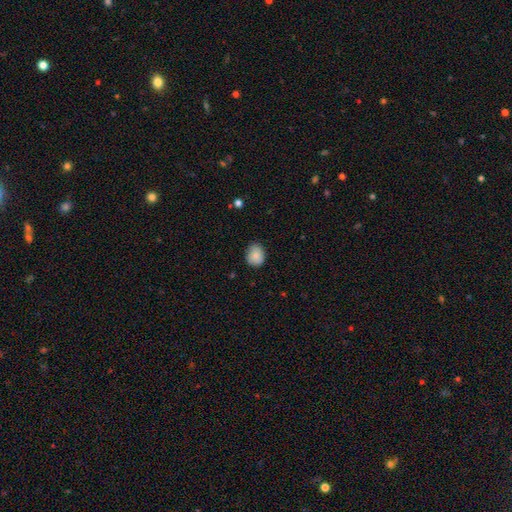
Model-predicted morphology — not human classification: This appears to be a smooth galaxy with no disk features (86%) that is round (57%). Merging: none (77%).